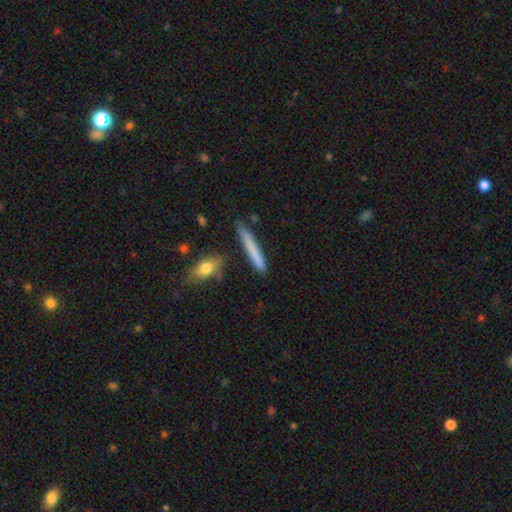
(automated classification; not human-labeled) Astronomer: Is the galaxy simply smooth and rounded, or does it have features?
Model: smooth — 73%.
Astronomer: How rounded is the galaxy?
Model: cigar-shaped — 95%.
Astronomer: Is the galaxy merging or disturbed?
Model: none — 83%.